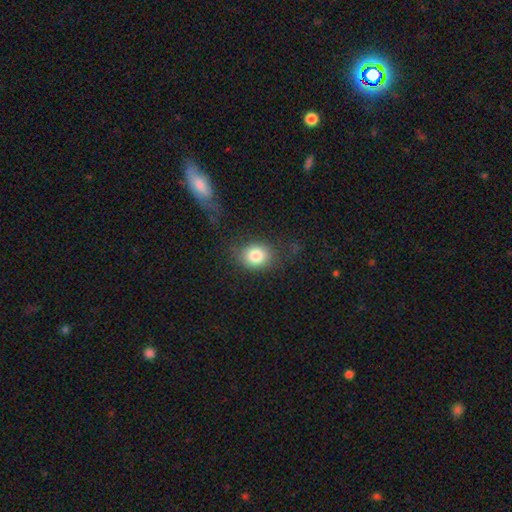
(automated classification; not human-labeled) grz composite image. It shows a smooth galaxy with no disk features (82%) that is round (61%). Merging: none (72%).